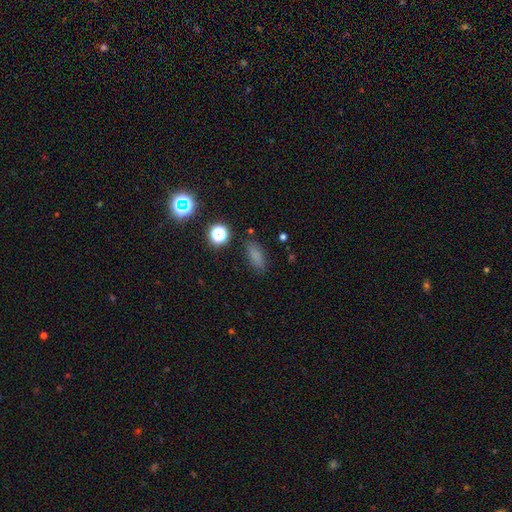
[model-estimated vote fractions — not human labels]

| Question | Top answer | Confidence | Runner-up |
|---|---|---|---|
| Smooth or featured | smooth | 77% | star or artifact (17%) |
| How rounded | in between | 75% | cigar-shaped (17%) |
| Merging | none | 82% | minor disturbance (12%) |